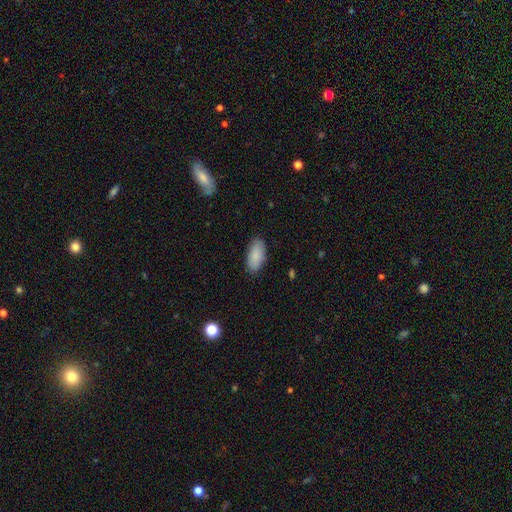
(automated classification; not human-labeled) A smooth galaxy with no disk features (89%) that is in between round and cigar-shaped (92%).

Vote fractions:
- Smooth or featured? smooth: 89% / star or artifact: 6% / featured or disk: 6%
- How rounded? in between: 92% / cigar-shaped: 7% / round: 2%
- Merging? none: 86% / minor disturbance: 11% / major disturbance: 2% / merger: 1%